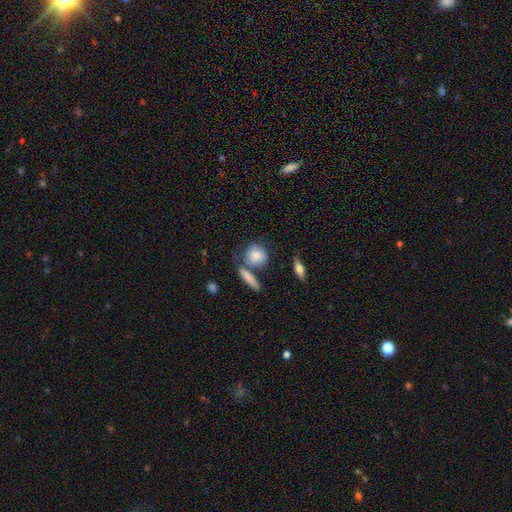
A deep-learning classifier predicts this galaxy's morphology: The model was most divided on "merging": none: 58%, merger: 21%, minor disturbance: 16%, major disturbance: 6%. More confident: smooth or featured — smooth (76%); how rounded — round (66%).